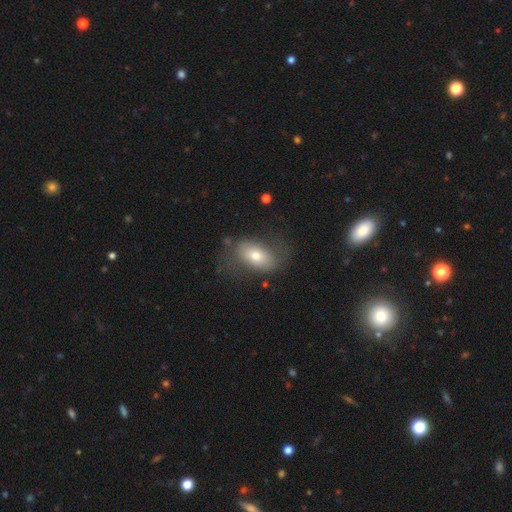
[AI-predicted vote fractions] A smooth galaxy with no disk features (64%) that is in between round and cigar-shaped (88%). Merging: none (56%).